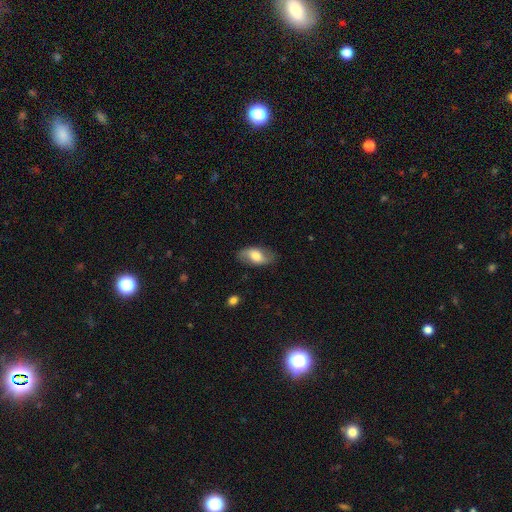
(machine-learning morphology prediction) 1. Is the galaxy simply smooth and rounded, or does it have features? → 56% smooth, 38% featured or disk, 7% star or artifact.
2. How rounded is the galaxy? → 91% in between, 5% round, 4% cigar-shaped.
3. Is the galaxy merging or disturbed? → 79% none, 15% minor disturbance, 4% major disturbance, 1% merger.